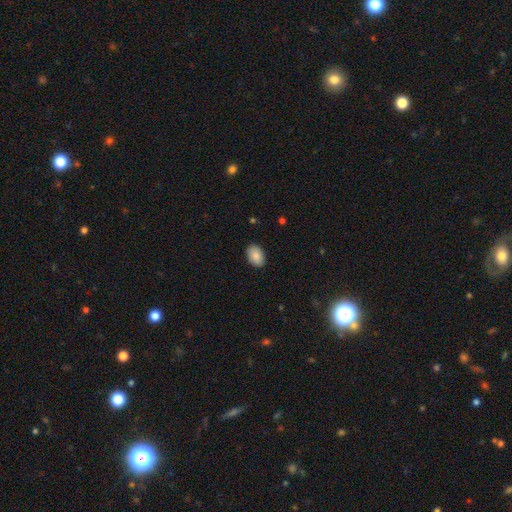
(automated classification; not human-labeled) Smooth or featured? Predicted: smooth (p=0.87). How rounded? Predicted: in between (p=0.87). Merging? Predicted: none (p=0.89).